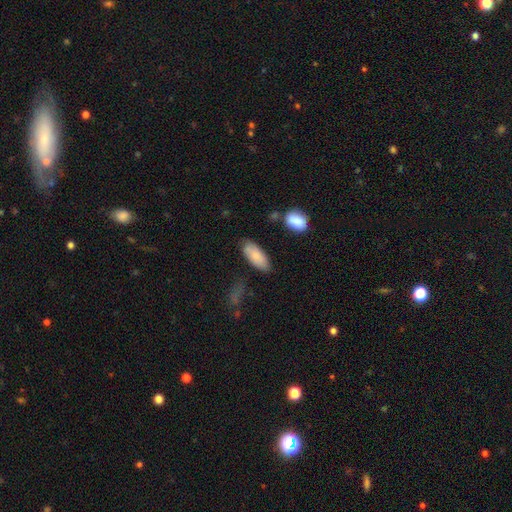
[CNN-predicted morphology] smooth 82%, featured or disk 12%, star or artifact 6%. Down the decision tree: how rounded — in between (83%); merging — none (76%).